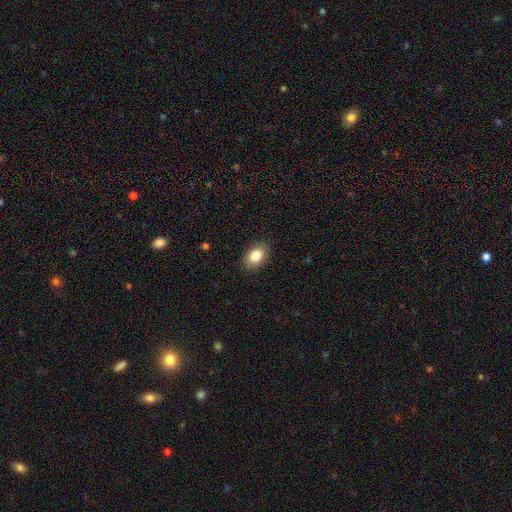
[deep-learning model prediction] A smooth galaxy with no disk features (84%) that is in between round and cigar-shaped (83%).

Vote fractions:
- Smooth or featured? smooth: 84% / star or artifact: 8% / featured or disk: 8%
- How rounded? in between: 83% / round: 16% / cigar-shaped: 1%
- Merging? none: 87% / minor disturbance: 10% / major disturbance: 2% / merger: 1%